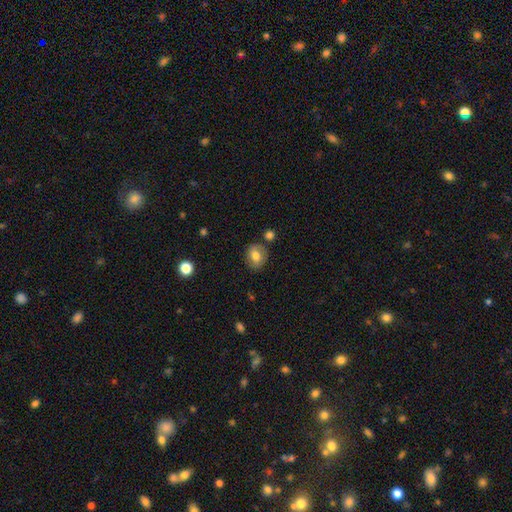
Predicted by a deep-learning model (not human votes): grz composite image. It shows a smooth galaxy with no disk features (75%) that is round (56%). Merging: none (76%).